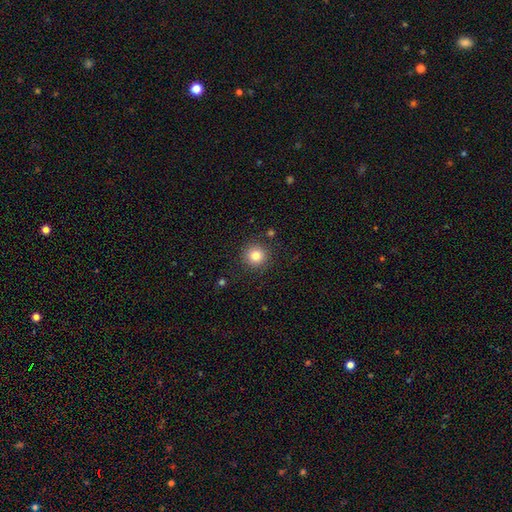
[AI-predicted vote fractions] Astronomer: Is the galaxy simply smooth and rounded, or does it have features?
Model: smooth — 83%.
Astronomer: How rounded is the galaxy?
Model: round — 95%.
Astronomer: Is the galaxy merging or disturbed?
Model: none — 88%.